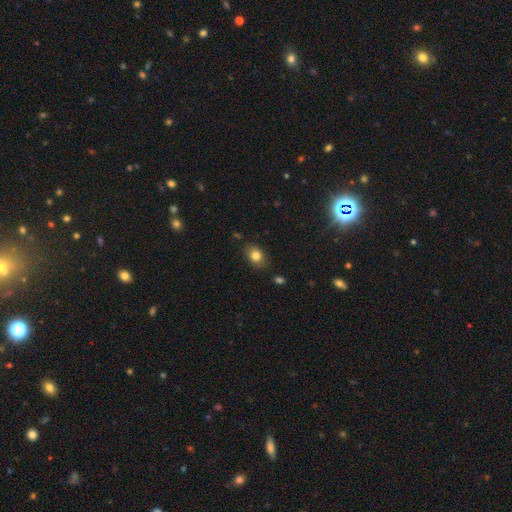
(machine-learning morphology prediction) Overall: smooth (82%). How rounded: in between (71%). Merging: none (82%).